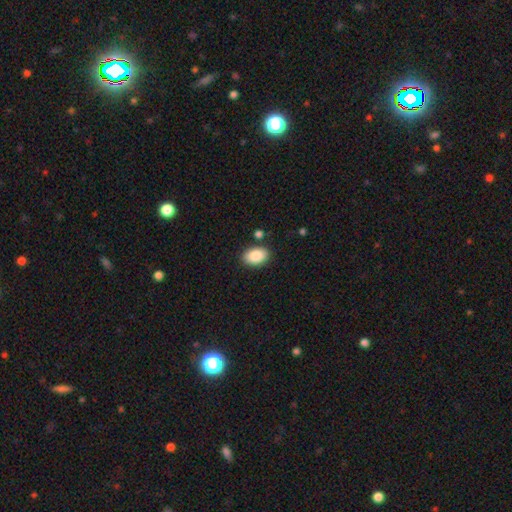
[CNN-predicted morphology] This is clearly a smooth galaxy (88%). How rounded: clearly in between (89%). Merging: clearly none (84%).